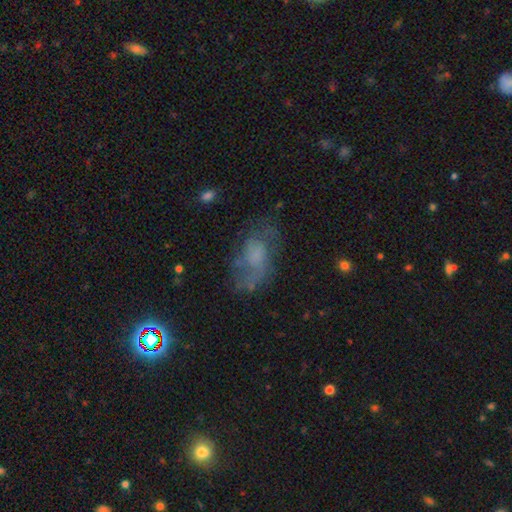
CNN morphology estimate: type=featured or disk (52%); edge-on=no (95%); merging=none (50%).